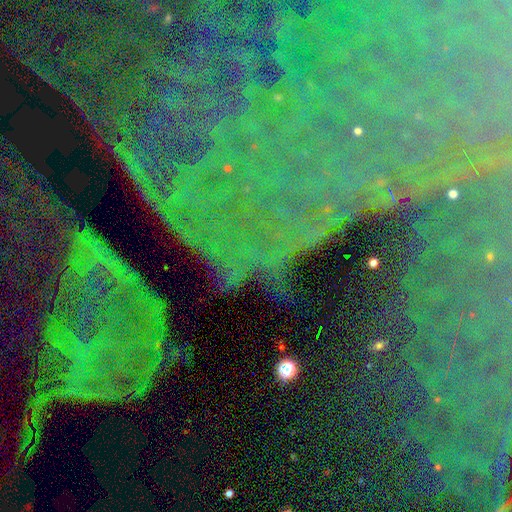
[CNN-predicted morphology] type=star or artifact (83%).